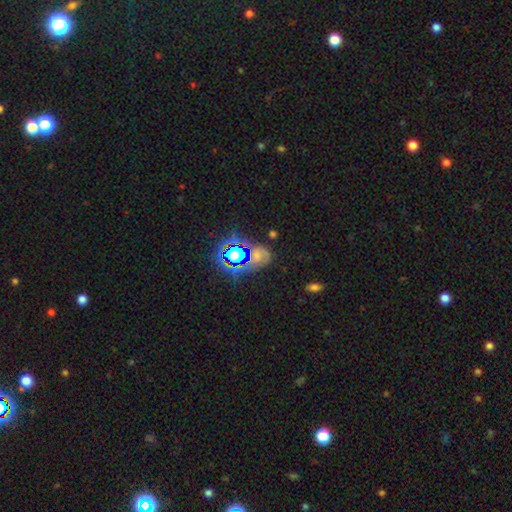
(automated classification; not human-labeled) A star or artifact, not a galaxy (49%).